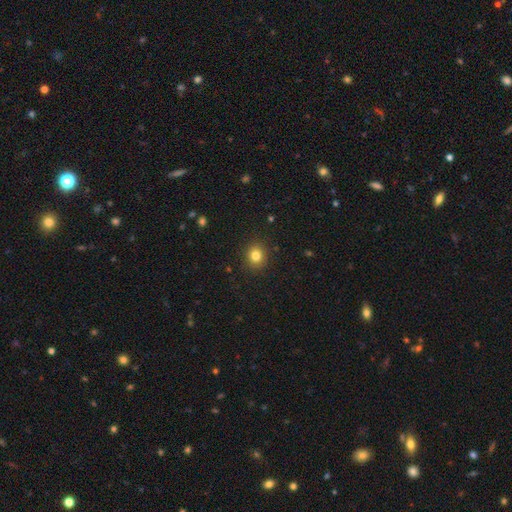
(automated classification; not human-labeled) This appears to be a smooth galaxy with no disk features (82%) that is round (78%). Merging: none (90%).